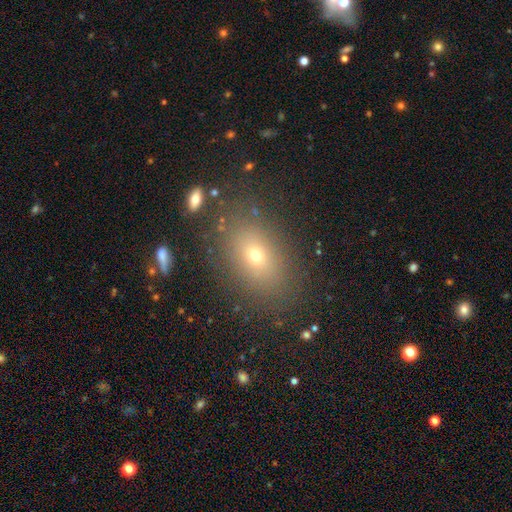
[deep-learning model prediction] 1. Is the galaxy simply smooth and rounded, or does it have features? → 66% smooth, 18% star or artifact, 16% featured or disk.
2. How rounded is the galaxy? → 75% in between, 23% round, 2% cigar-shaped.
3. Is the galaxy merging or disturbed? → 81% none, 11% minor disturbance, 5% major disturbance, 3% merger.